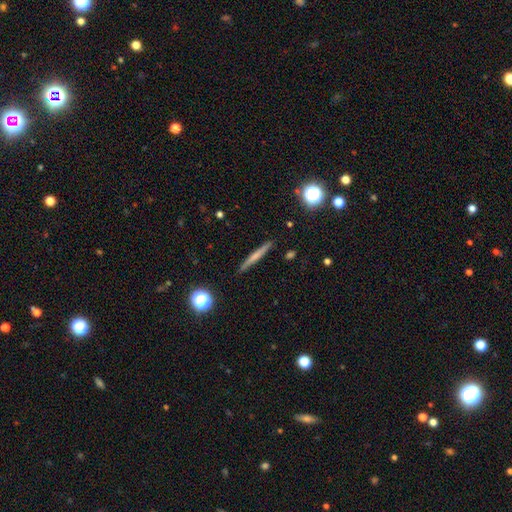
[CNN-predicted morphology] smooth 47%, featured or disk 44%, star or artifact 9%. Down the decision tree: merging — none (90%).